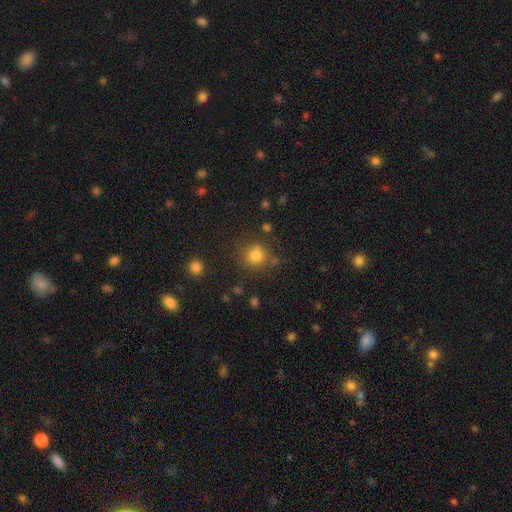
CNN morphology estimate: The model was most divided on "merging": none: 78%, minor disturbance: 12%, merger: 6%, major disturbance: 5%. More confident: how rounded — round (90%); smooth or featured — smooth (80%).